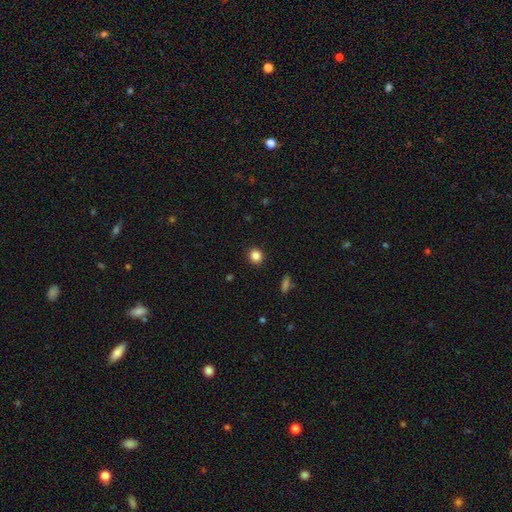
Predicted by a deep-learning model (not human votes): Smooth or featured? Predicted: smooth (p=0.85). How rounded? Predicted: round (p=0.86). Merging? Predicted: none (p=0.91).